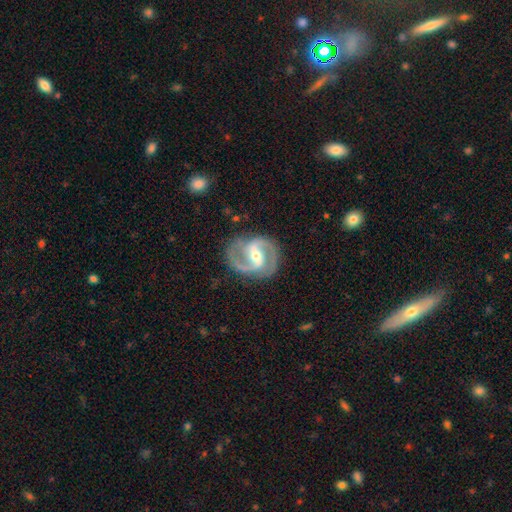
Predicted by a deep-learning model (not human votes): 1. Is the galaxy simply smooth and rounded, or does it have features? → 92% featured or disk, 4% star or artifact, 4% smooth.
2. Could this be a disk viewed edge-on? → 98% no, 2% yes.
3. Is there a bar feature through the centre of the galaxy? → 45% strong, 39% weak, 16% no.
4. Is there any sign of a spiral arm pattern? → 98% yes, 2% no.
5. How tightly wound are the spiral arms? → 60% medium, 27% tight, 13% loose.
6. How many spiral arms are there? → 93% 2, 2% can't tell, 2% 3, 1% 1, 1% 4, 1% more than 4.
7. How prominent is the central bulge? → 55% moderate, 41% small, 2% large, 1% none, 1% dominant.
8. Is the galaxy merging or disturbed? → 84% none, 11% minor disturbance, 4% major disturbance, 1% merger.